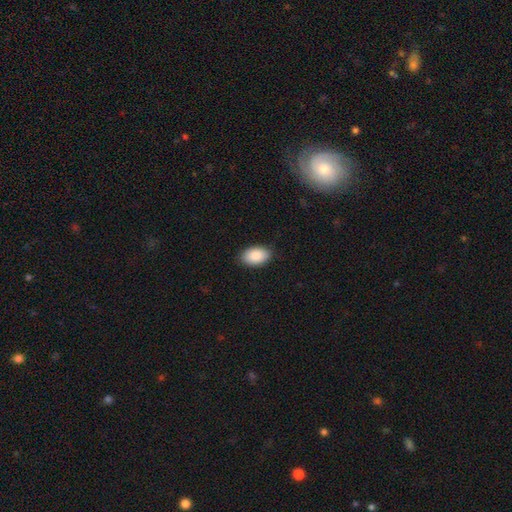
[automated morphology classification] smooth-or-featured: smooth: 88% | star or artifact: 6% | featured or disk: 5%
  how-rounded: in between: 93% | round: 5% | cigar-shaped: 1%
  merging: none: 87% | minor disturbance: 10% | major disturbance: 2% | merger: 1%